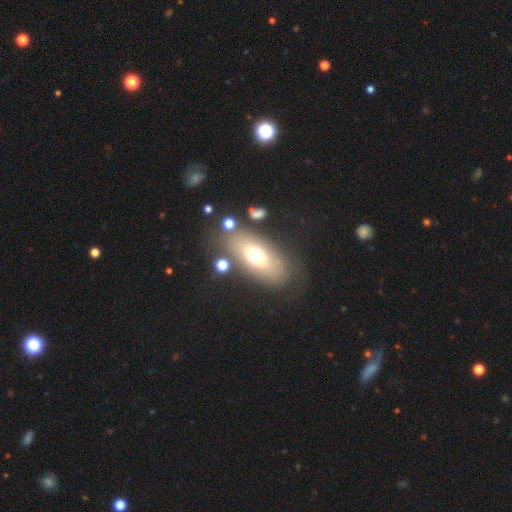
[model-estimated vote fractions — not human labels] The model was most divided on "smooth or featured": smooth: 64%, featured or disk: 26%, star or artifact: 11%. More confident: how rounded — in between (80%); merging — none (76%).